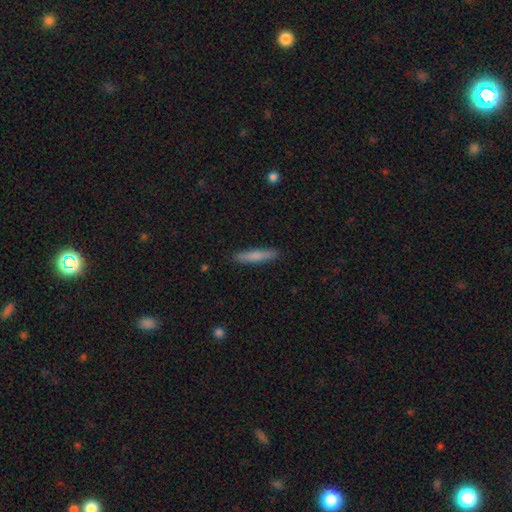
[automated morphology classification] smooth-or-featured: smooth: 78% | featured or disk: 17% | star or artifact: 6%
  how-rounded: cigar-shaped: 89% | in between: 9% | round: 1%
  merging: none: 90% | minor disturbance: 7% | major disturbance: 2% | merger: 1%